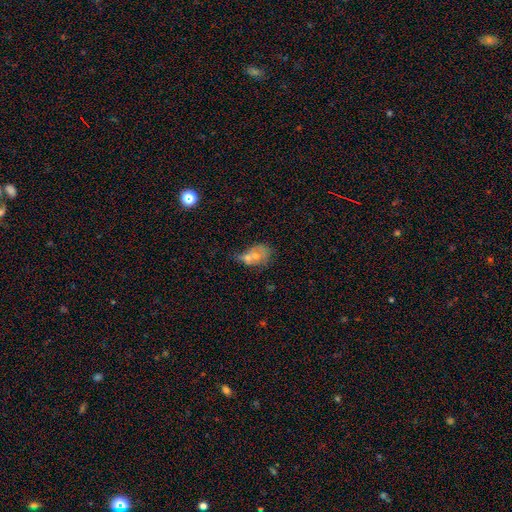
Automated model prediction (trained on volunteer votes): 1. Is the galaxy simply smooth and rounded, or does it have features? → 44% smooth, 38% featured or disk, 17% star or artifact.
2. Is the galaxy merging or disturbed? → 41% merger, 26% none, 17% minor disturbance, 16% major disturbance.